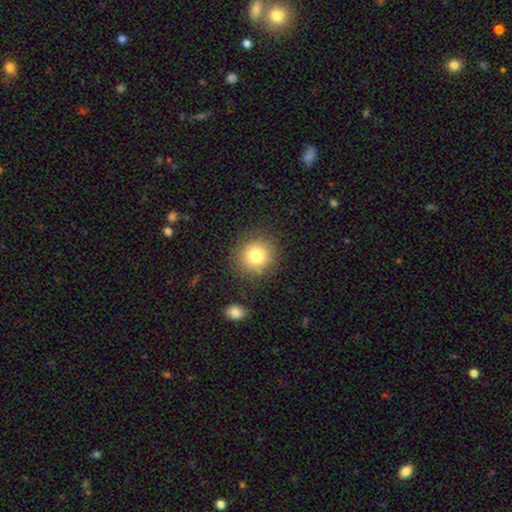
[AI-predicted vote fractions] smooth_or_featured: smooth (p=0.80) [alt: star or artifact p=0.11]
how_rounded: round (p=0.89) [alt: in between p=0.10]
merging: none (p=0.85) [alt: minor disturbance p=0.09]